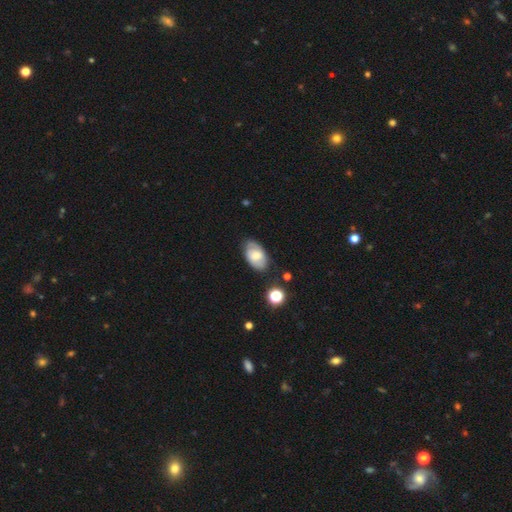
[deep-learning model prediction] smooth_or_featured: smooth (p=0.54) [alt: featured or disk p=0.38]
how_rounded: in between (p=0.91) [alt: round p=0.08]
merging: none (p=0.74) [alt: minor disturbance p=0.19]